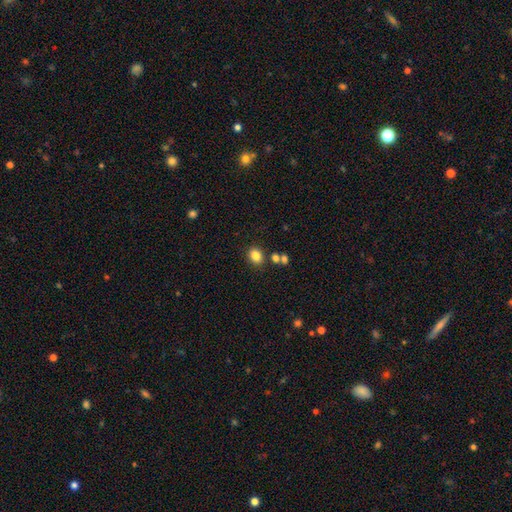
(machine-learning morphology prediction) Smooth or featured? Predicted: smooth (p=0.83). How rounded? Predicted: round (p=0.53). Merging? Predicted: none (p=0.79).